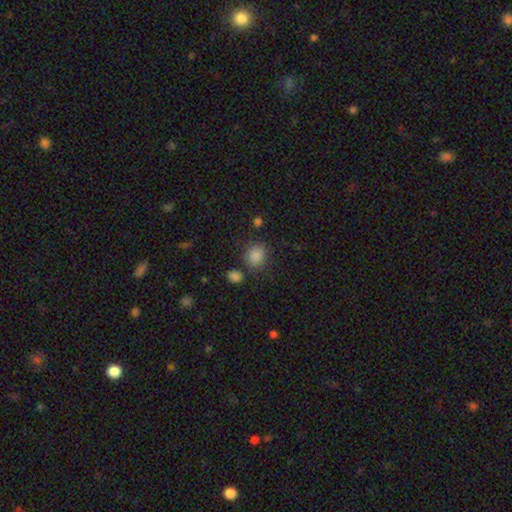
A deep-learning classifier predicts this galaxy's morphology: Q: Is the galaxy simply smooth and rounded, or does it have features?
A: smooth — 83%.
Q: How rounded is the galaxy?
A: round — 59%.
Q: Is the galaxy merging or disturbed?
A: none — 77%.